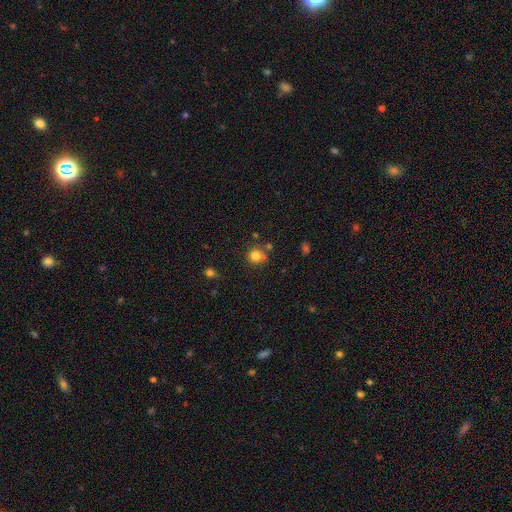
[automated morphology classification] A smooth galaxy with no disk features (81%) that is round (87%). Merging: none (68%).